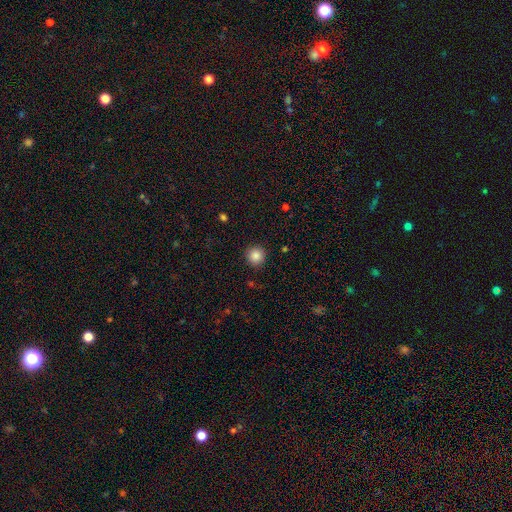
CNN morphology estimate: A smooth galaxy with no disk features (86%) that is round (95%).

Vote fractions:
- Smooth or featured? smooth: 86% / star or artifact: 10% / featured or disk: 4%
- How rounded? round: 95% / in between: 5% / cigar-shaped: 1%
- Merging? none: 91% / minor disturbance: 6% / major disturbance: 2% / merger: 1%